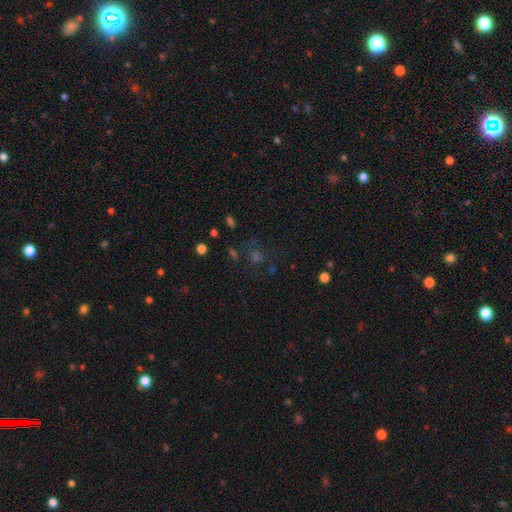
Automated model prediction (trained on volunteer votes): A star or artifact, not a galaxy (50%).